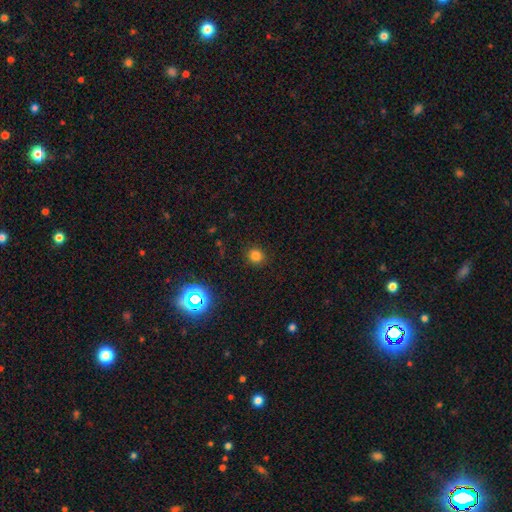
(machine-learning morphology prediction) Smooth or featured: smooth — 78% (star or artifact — 17%)
How rounded: round — 90% (in between — 9%)
Merging: none — 90% (minor disturbance — 6%)